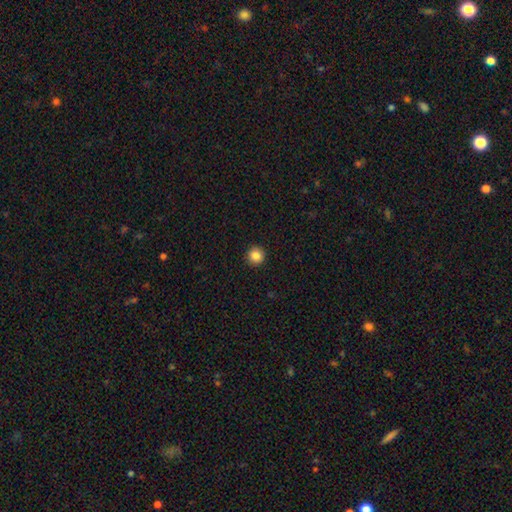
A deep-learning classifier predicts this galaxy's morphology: Overall: smooth (85%). How rounded: round (95%). Merging: none (93%).